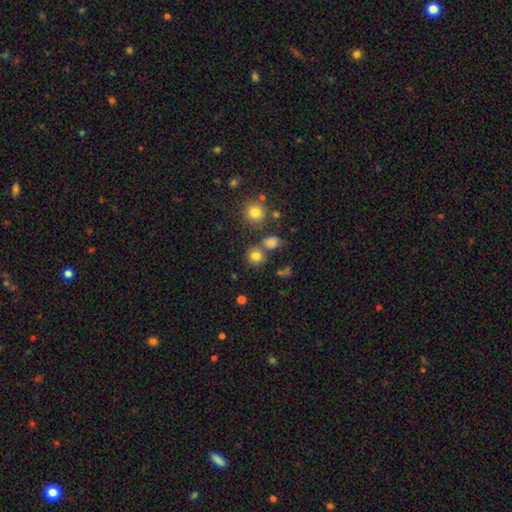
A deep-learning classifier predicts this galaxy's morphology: smooth 79%, star or artifact 15%, featured or disk 7%. Down the decision tree: how rounded — round (88%); merging — none (72%).